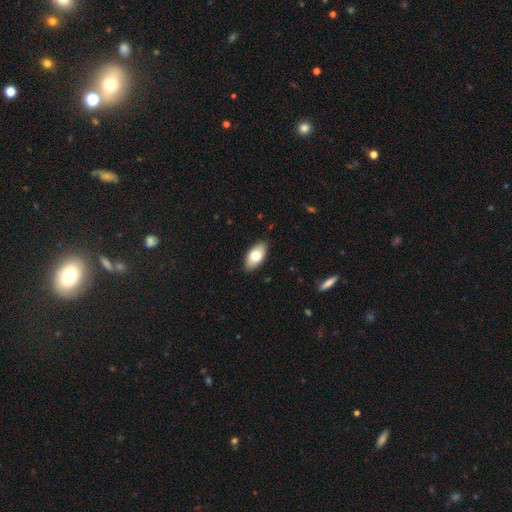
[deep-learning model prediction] Smooth or featured? smooth (76%)
How rounded? in between (94%)
Merging? none (87%)